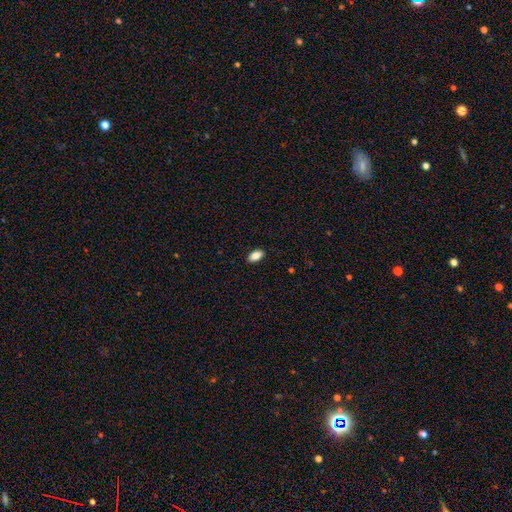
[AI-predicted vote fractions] Morphology: type=smooth (86%); roundness=in between (91%); merging=none (88%).